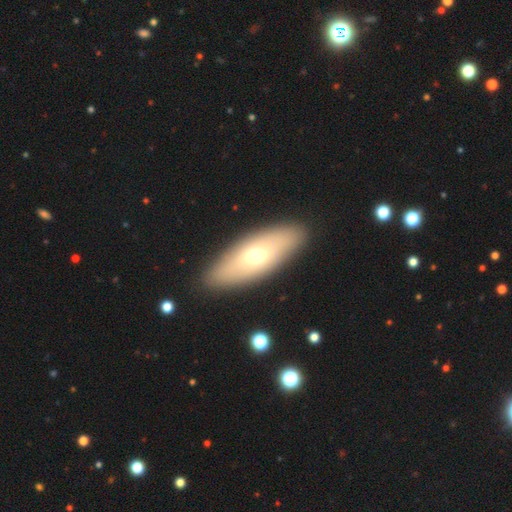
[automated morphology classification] Smooth or featured: smooth — 55% (featured or disk — 39%)
How rounded: in between — 69% (cigar-shaped — 28%)
Merging: none — 88% (minor disturbance — 8%)